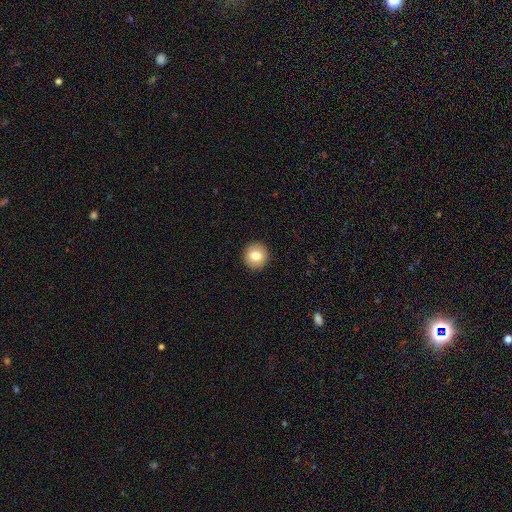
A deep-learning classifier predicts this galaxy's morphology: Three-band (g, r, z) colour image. It shows a smooth galaxy with no disk features (80%) that is round (94%). Merging: none (93%).